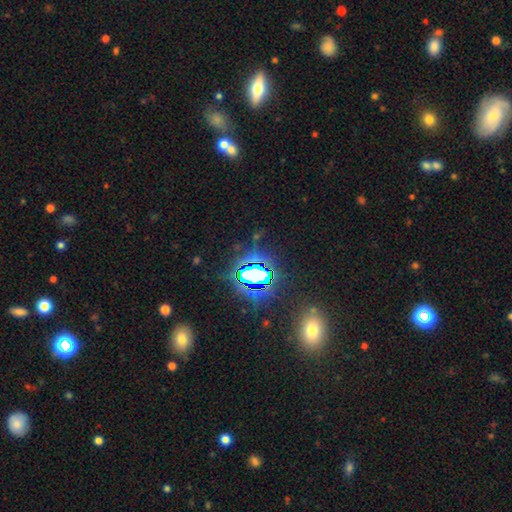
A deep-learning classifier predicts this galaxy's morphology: A star or artifact, not a galaxy (75%).